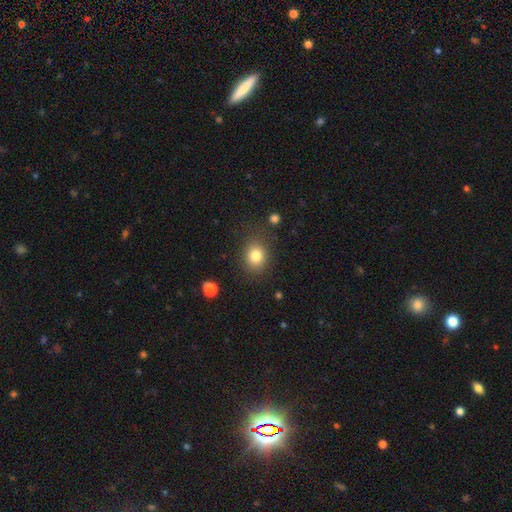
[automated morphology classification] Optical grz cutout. It shows a smooth galaxy with no disk features (81%) that is round (62%). Merging: none (82%).